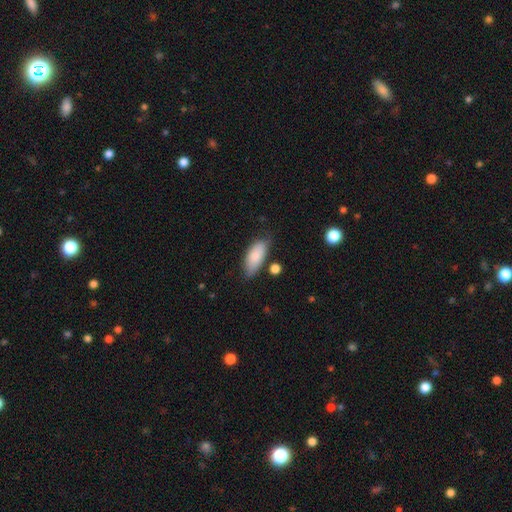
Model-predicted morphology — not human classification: Smooth or featured: smooth — 84% (featured or disk — 9%)
How rounded: in between — 86% (cigar-shaped — 12%)
Merging: none — 70% (minor disturbance — 21%)